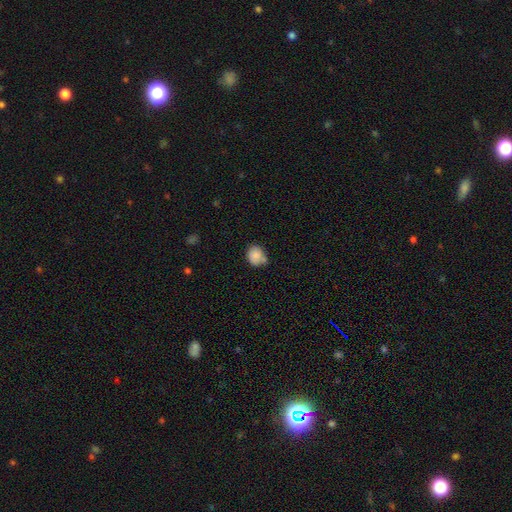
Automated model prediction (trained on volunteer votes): Smooth or featured?
  - smooth: 84% *
  - star or artifact: 9%
  - featured or disk: 7%
How rounded?
  - round: 68% *
  - in between: 31%
  - cigar-shaped: 1%
Merging?
  - none: 56% *
  - minor disturbance: 24%
  - merger: 15%
  - major disturbance: 5%